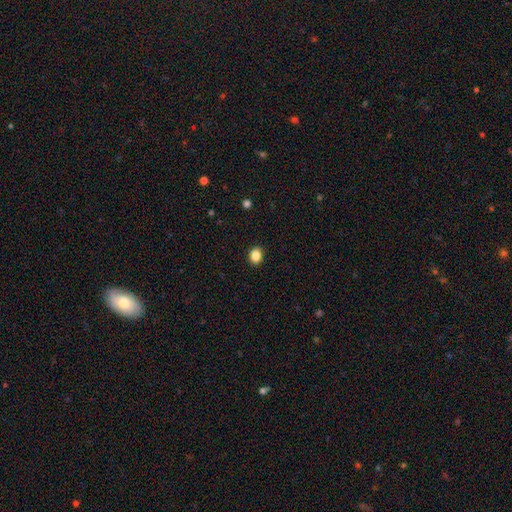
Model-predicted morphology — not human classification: Smooth or featured? smooth (86%)
How rounded? round (56%)
Merging? none (91%)